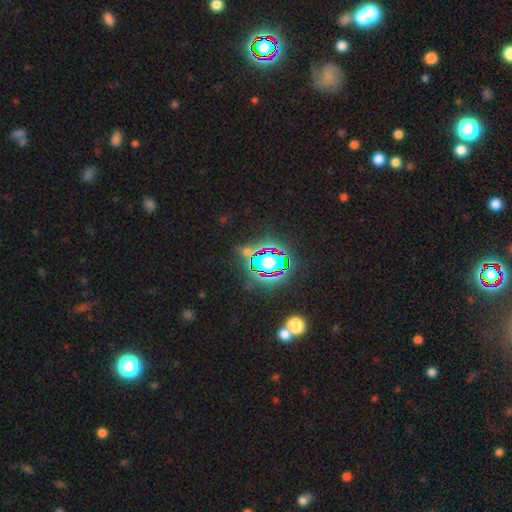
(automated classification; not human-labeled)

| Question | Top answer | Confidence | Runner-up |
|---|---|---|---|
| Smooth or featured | star or artifact | 81% | smooth (11%) |